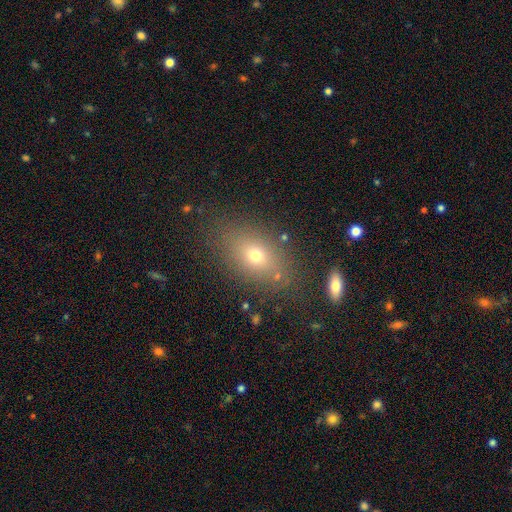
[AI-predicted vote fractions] This appears to be a smooth galaxy with no disk features (66%) that is in between round and cigar-shaped (77%). Merging: none (79%).